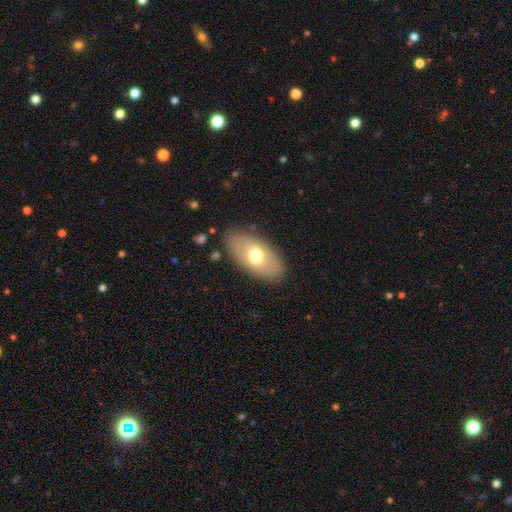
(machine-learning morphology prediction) smooth_or_featured: smooth (p=0.64) [alt: featured or disk p=0.29]
how_rounded: in between (p=0.92) [alt: round p=0.04]
merging: none (p=0.84) [alt: minor disturbance p=0.11]